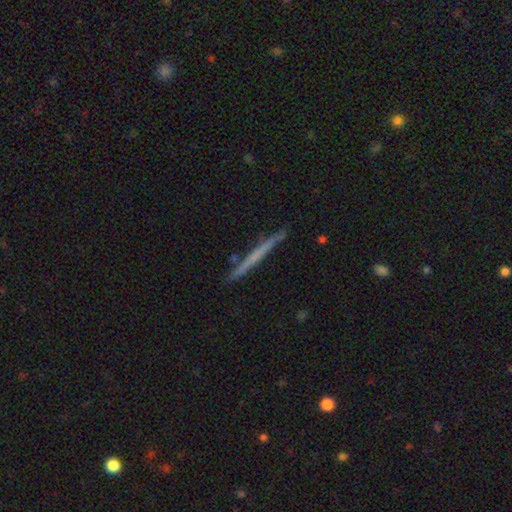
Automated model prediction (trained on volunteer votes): smooth_or_featured: featured or disk (p=0.54) [alt: smooth p=0.41]
disk_edge_on: yes (p=0.98) [alt: no p=0.02]
edge_on_bulge: none (p=0.88) [alt: rounded p=0.08]
merging: none (p=0.90) [alt: minor disturbance p=0.07]